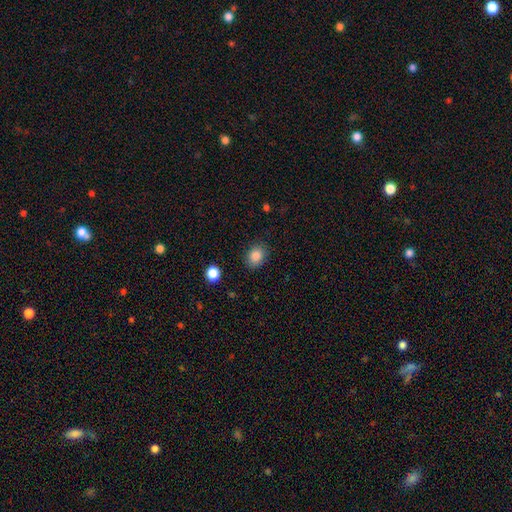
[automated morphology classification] smooth-or-featured: smooth: 85% | star or artifact: 10% | featured or disk: 5%
  how-rounded: in between: 54% | round: 45% | cigar-shaped: 1%
  merging: none: 85% | minor disturbance: 11% | major disturbance: 3% | merger: 1%